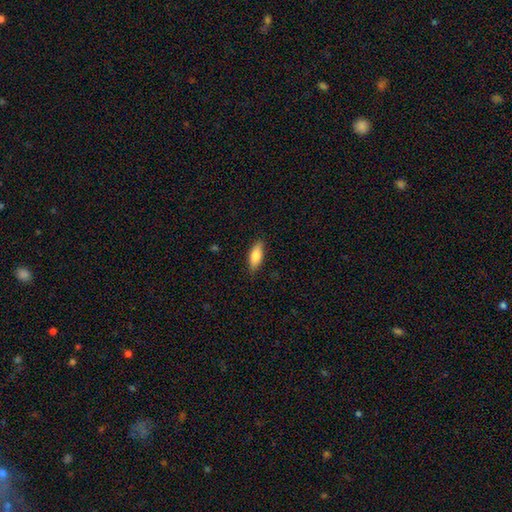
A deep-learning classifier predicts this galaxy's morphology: A smooth galaxy with no disk features (82%) that is in between round and cigar-shaped (73%). Merging: none (84%).